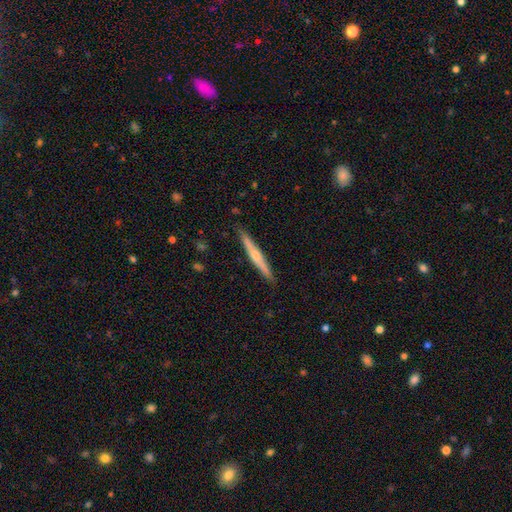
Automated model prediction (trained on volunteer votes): Q: Smooth or featured?
A: featured or disk (60%); runner-up: smooth (35%)
Q: Edge-on disk?
A: yes (97%); runner-up: no (3%)
Q: Edge-on bulge?
A: rounded (75%); runner-up: none (21%)
Q: Merging?
A: none (90%); runner-up: minor disturbance (8%)